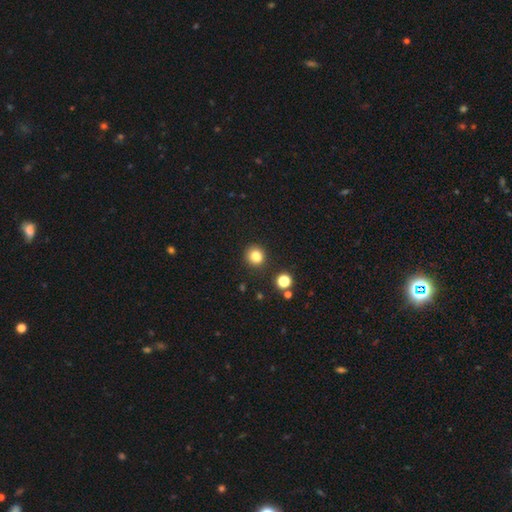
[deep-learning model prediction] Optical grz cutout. It shows a smooth galaxy with no disk features (82%) that is round (90%). Merging: none (87%).